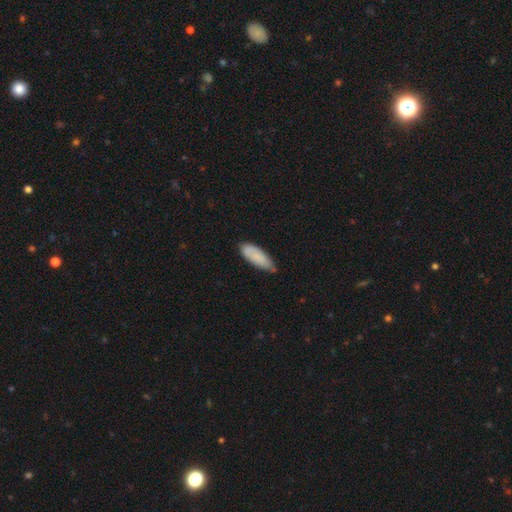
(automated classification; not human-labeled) smooth-or-featured: smooth: 81% | featured or disk: 12% | star or artifact: 6%
  how-rounded: in between: 70% | cigar-shaped: 29% | round: 2%
  merging: none: 58% | minor disturbance: 34% | major disturbance: 5% | merger: 3%